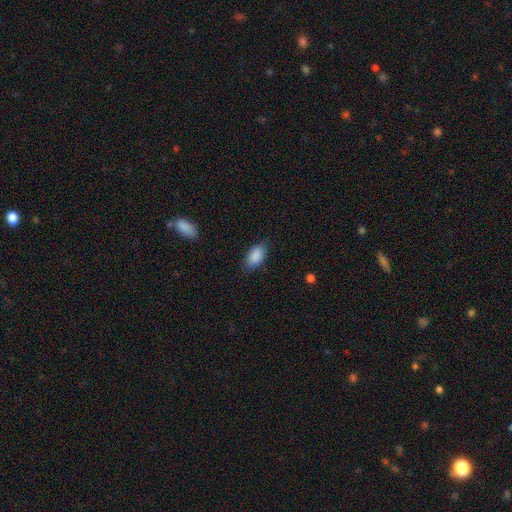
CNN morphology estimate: smooth 89%, star or artifact 7%, featured or disk 5%. Down the decision tree: how rounded — in between (93%); merging — none (80%).